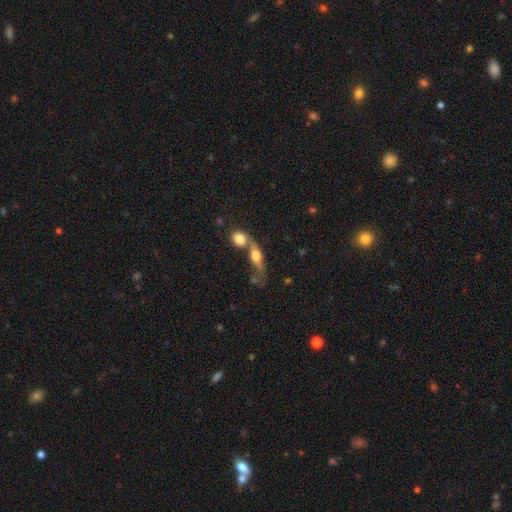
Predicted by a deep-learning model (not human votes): smooth-or-featured: smooth: 55% | featured or disk: 35% | star or artifact: 9%
  how-rounded: in between: 55% | cigar-shaped: 30% | round: 15%
  merging: merger: 55% | none: 26% | minor disturbance: 10% | major disturbance: 9%